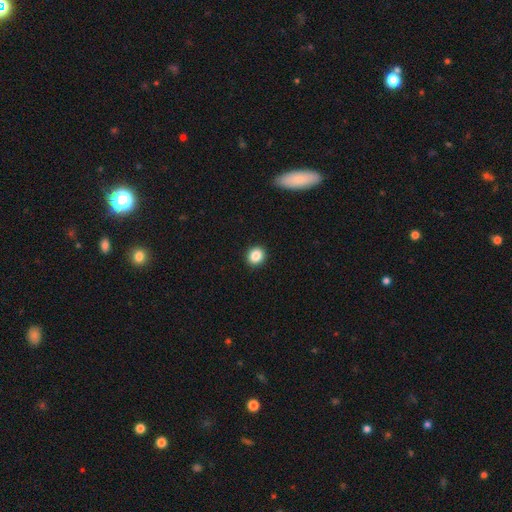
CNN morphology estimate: Smooth or featured?
  - smooth: 87% *
  - star or artifact: 9%
  - featured or disk: 4%
How rounded?
  - round: 81% *
  - in between: 18%
  - cigar-shaped: 1%
Merging?
  - none: 92% *
  - minor disturbance: 5%
  - major disturbance: 2%
  - merger: 1%